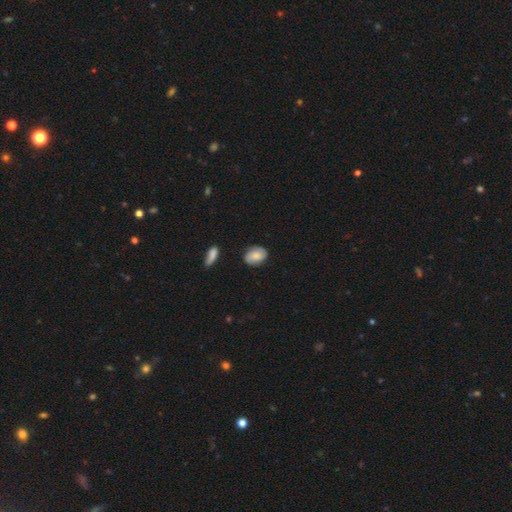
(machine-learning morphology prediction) This is likely a smooth galaxy (61%). How rounded: likely in between (70%). Merging: likely none (80%).